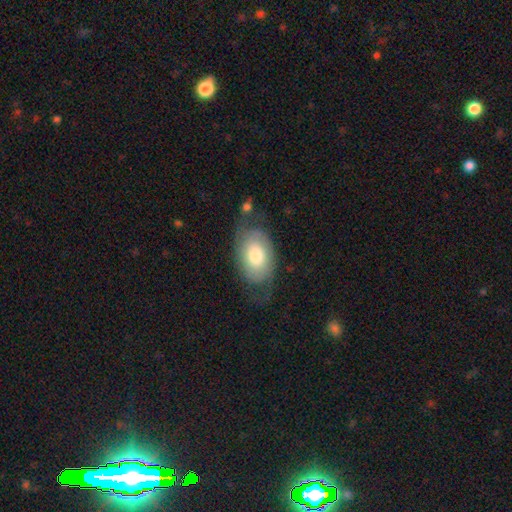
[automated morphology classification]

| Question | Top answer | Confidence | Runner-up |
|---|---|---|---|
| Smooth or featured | smooth | 57% | featured or disk (36%) |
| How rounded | in between | 88% | round (10%) |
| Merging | none | 58% | minor disturbance (25%) |